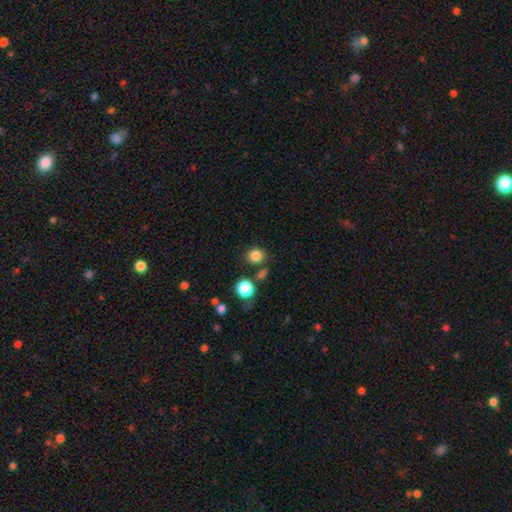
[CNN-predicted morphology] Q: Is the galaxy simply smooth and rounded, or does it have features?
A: smooth — 83%.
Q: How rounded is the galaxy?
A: round — 77%.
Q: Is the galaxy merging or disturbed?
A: none — 77%.